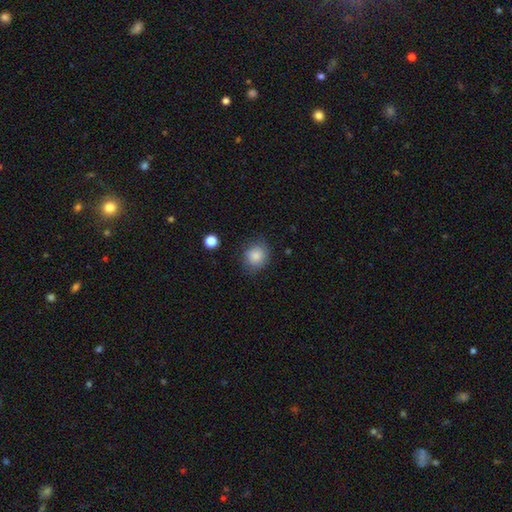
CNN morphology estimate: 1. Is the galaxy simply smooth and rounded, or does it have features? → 84% smooth, 9% star or artifact, 7% featured or disk.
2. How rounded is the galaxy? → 75% round, 24% in between, 1% cigar-shaped.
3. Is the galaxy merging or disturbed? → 78% none, 16% minor disturbance, 4% major disturbance, 2% merger.